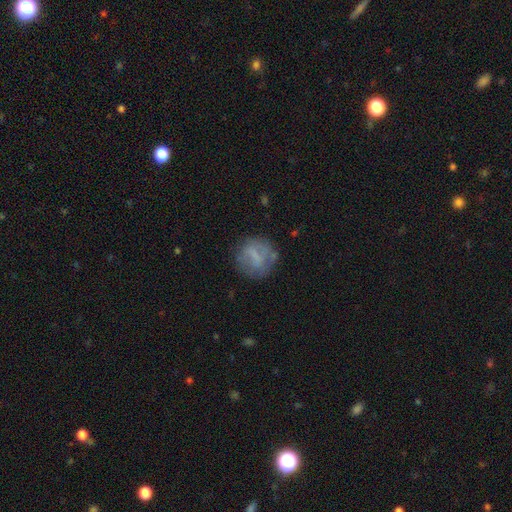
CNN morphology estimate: The model was most divided on "smooth or featured": smooth: 57%, featured or disk: 34%, star or artifact: 9%. More confident: how rounded — round (81%); merging — none (67%).